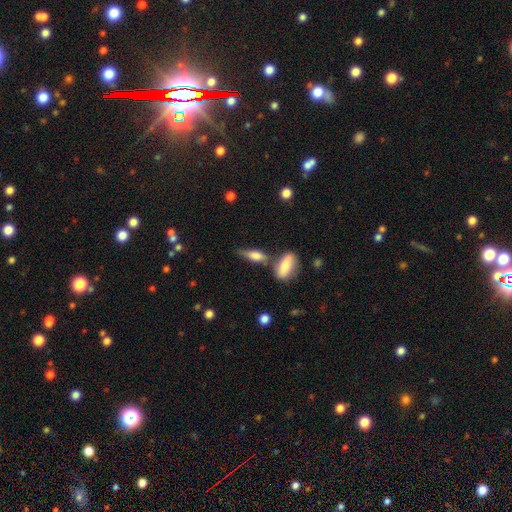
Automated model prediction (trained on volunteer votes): This appears to be a smooth galaxy with no disk features (66%) that is in between round and cigar-shaped (60%). Merging: none (53%).